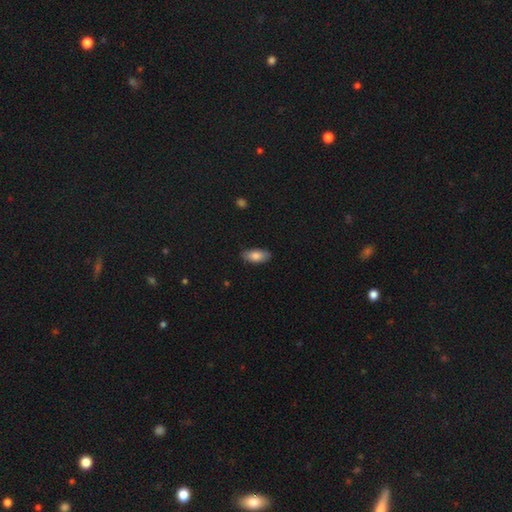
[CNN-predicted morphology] Smooth or featured? smooth (82%)
How rounded? in between (89%)
Merging? none (86%)